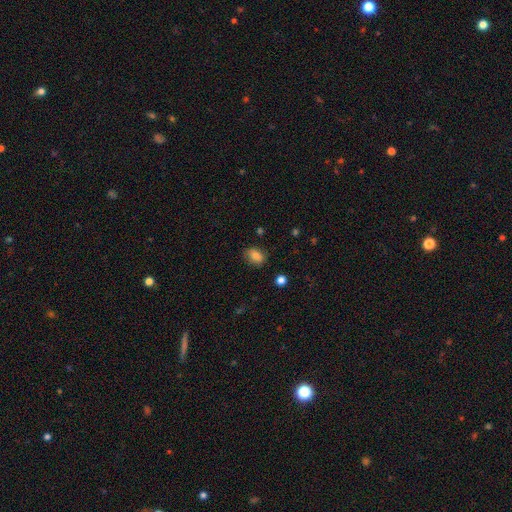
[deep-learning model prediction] This is clearly a smooth galaxy (81%). How rounded: likely in between (69%). Merging: likely none (80%).